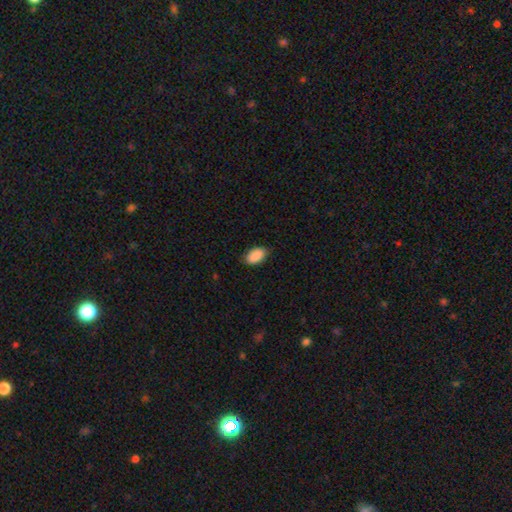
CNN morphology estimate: Smooth or featured? smooth (90%)
How rounded? in between (94%)
Merging? none (81%)